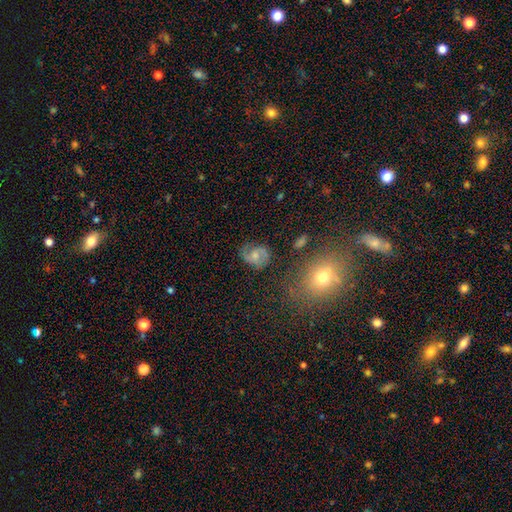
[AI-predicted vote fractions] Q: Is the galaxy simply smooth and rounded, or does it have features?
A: featured or disk — 66%.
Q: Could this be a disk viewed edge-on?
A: no — 98%.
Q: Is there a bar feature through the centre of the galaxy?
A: no — 58%.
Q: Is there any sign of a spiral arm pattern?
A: yes — 90%.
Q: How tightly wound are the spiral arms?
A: medium — 50%.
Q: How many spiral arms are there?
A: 2 — 81%.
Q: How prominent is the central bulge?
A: moderate — 52%.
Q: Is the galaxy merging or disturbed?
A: none — 66%.